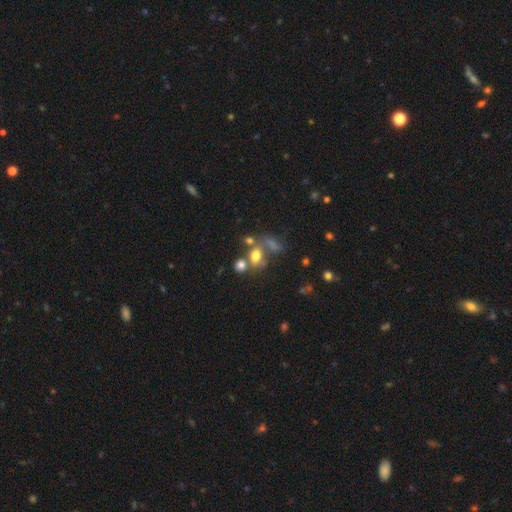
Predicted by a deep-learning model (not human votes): smooth_or_featured: smooth (p=0.69) [alt: star or artifact p=0.16]
how_rounded: in between (p=0.50) [alt: round p=0.48]
merging: none (p=0.38) [alt: merger p=0.37]